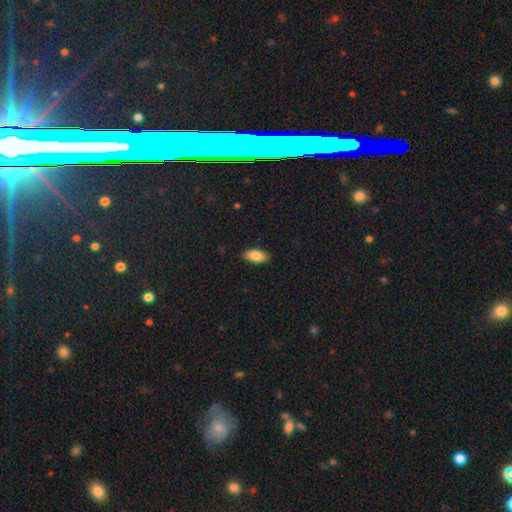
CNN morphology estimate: A smooth galaxy with no disk features (85%) that is in between round and cigar-shaped (91%). Merging: none (89%).